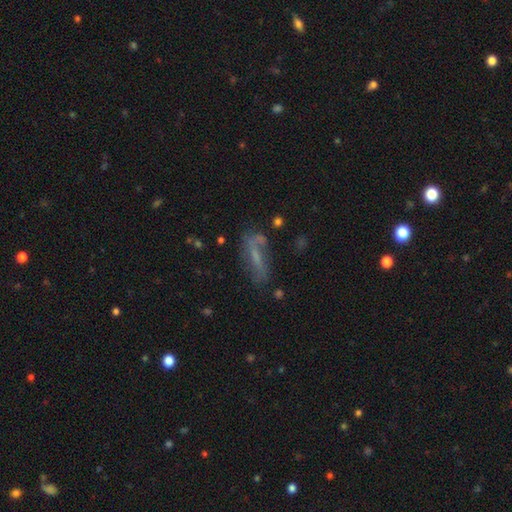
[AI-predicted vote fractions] The model was most divided on "smooth or featured": featured or disk: 46%, smooth: 42%, star or artifact: 12%. More confident: merging — none (52%).